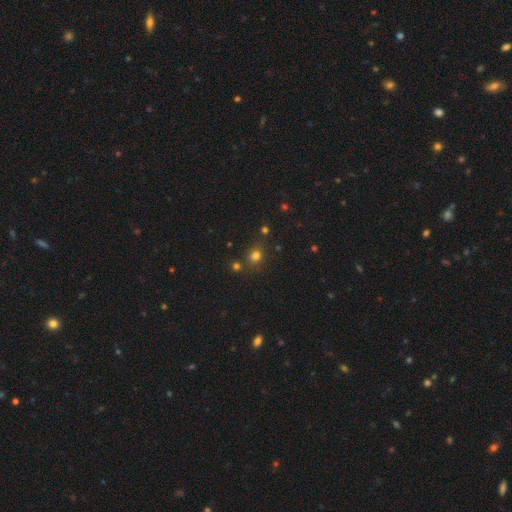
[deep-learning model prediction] This is likely a smooth galaxy (73%). How rounded: likely round (75%). Merging: likely none (76%).